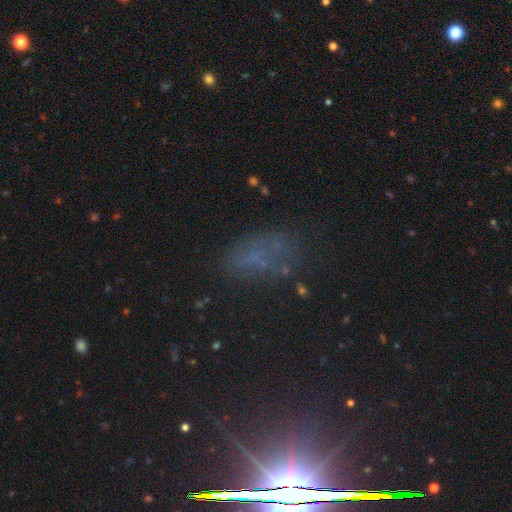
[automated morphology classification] Smooth or featured?
  - star or artifact: 42% *
  - smooth: 37%
  - featured or disk: 21%